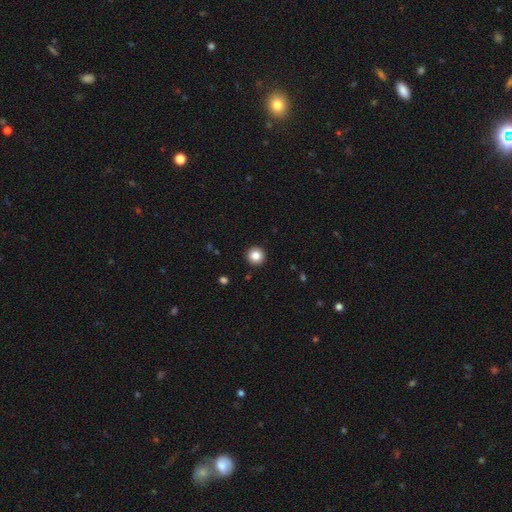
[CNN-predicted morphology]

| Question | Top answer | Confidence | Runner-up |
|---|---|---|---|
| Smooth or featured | smooth | 85% | star or artifact (10%) |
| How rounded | round | 95% | in between (4%) |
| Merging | none | 93% | minor disturbance (4%) |